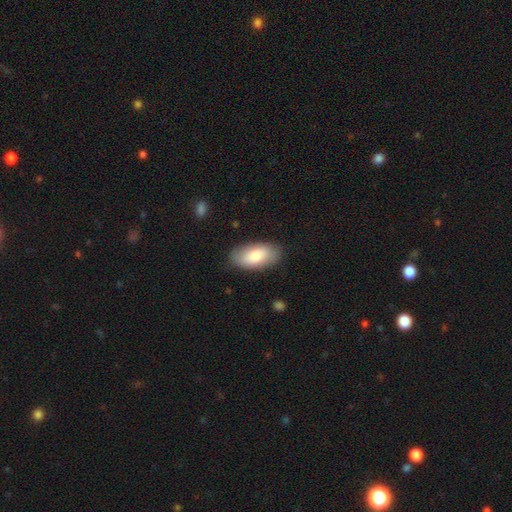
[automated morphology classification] smooth_or_featured: smooth (p=0.79) [alt: featured or disk p=0.15]
how_rounded: in between (p=0.94) [alt: cigar-shaped p=0.03]
merging: none (p=0.84) [alt: minor disturbance p=0.12]